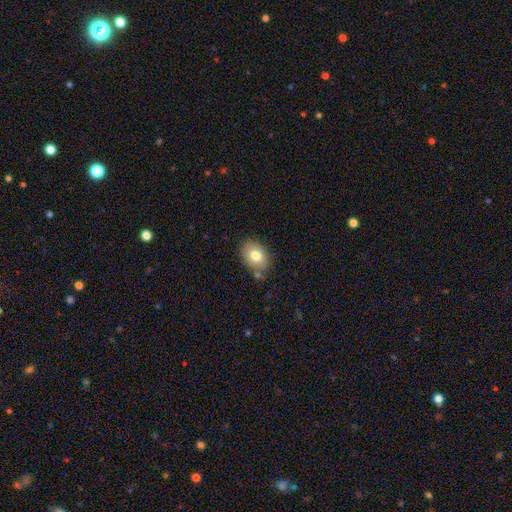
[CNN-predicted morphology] Smooth or featured?
  - smooth: 78% *
  - featured or disk: 13%
  - star or artifact: 9%
How rounded?
  - in between: 72% *
  - round: 27%
  - cigar-shaped: 1%
Merging?
  - none: 77% *
  - minor disturbance: 15%
  - merger: 5%
  - major disturbance: 3%